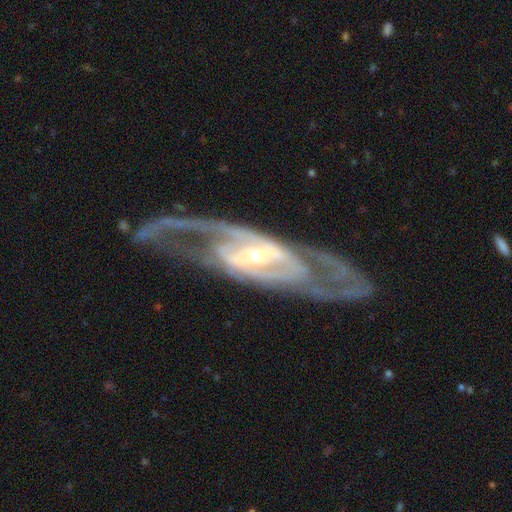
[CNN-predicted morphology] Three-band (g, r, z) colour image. It shows a featured or disk galaxy (90%) with a strong bar (49%), 2 (79%) medium (47%) spiral arms (91%) and a small central bulge (73%). Merging: none (73%).